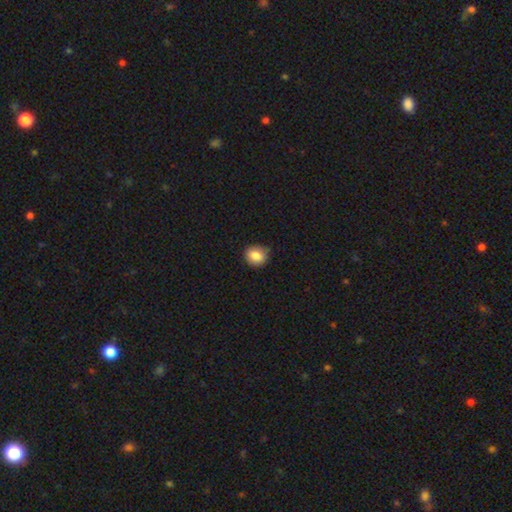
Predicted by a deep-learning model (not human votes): smooth_or_featured: smooth (p=0.84) [alt: star or artifact p=0.09]
how_rounded: round (p=0.69) [alt: in between p=0.30]
merging: none (p=0.76) [alt: minor disturbance p=0.20]